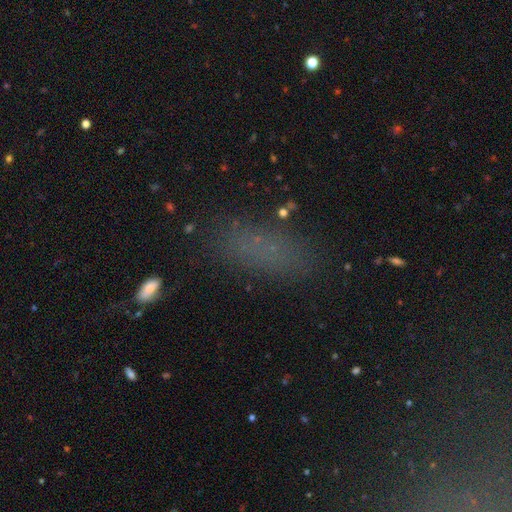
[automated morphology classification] smooth_or_featured: smooth (p=0.67) [alt: star or artifact p=0.21]
how_rounded: in between (p=0.67) [alt: cigar-shaped p=0.27]
merging: none (p=0.76) [alt: minor disturbance p=0.14]